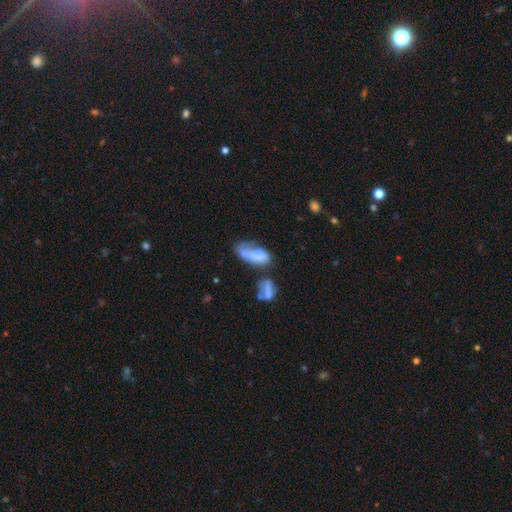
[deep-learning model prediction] Smooth or featured?
  - smooth: 57% *
  - featured or disk: 34%
  - star or artifact: 10%
How rounded?
  - in between: 85% *
  - cigar-shaped: 12%
  - round: 3%
Merging?
  - merger: 27% *
  - major disturbance: 26%
  - none: 24%
  - minor disturbance: 24%